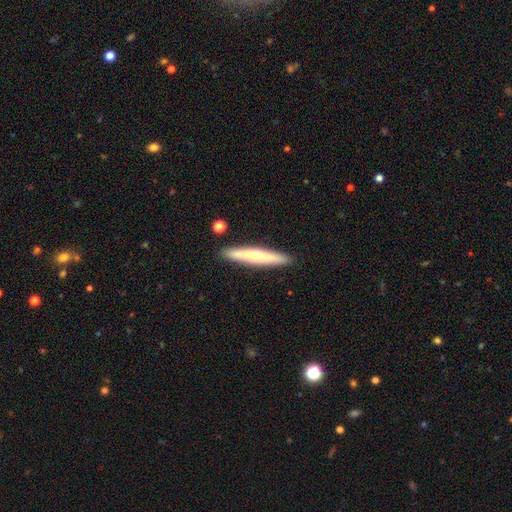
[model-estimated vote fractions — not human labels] Overall: featured or disk (48%; smooth 46%). Merging: none (90%).